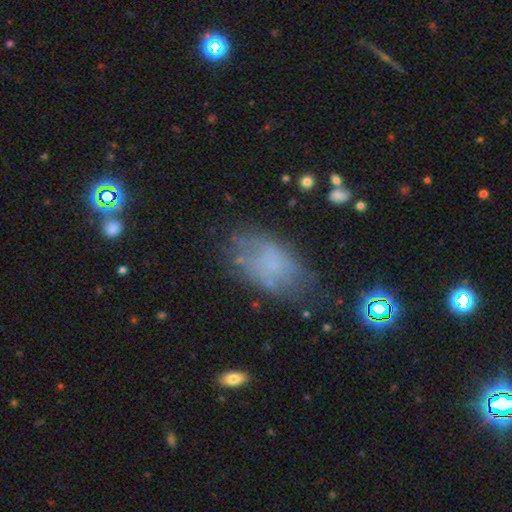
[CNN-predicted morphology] A smooth galaxy with no disk features (55%) that is in between round and cigar-shaped (91%). Merging: none (55%).